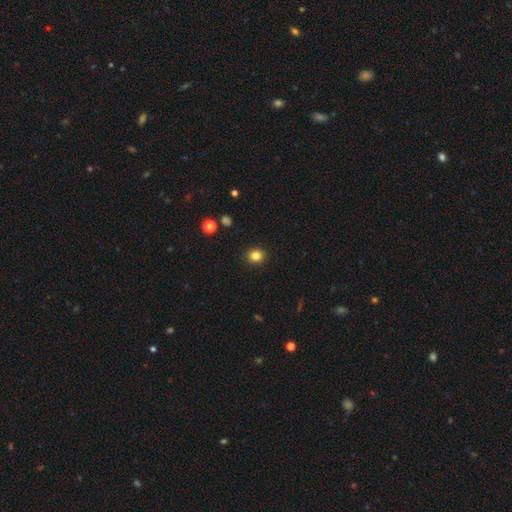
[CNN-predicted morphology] This is clearly a smooth galaxy (83%). How rounded: clearly round (84%). Merging: clearly none (92%).